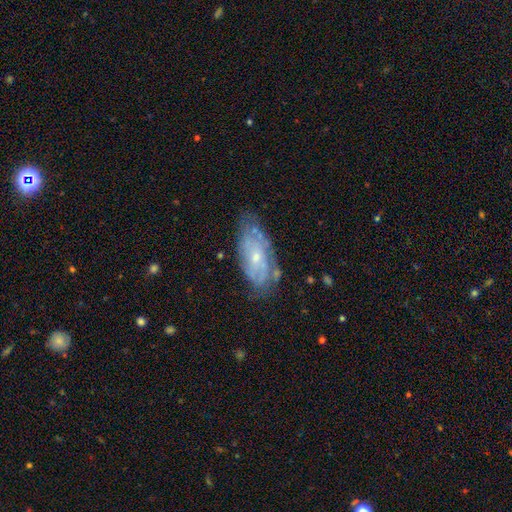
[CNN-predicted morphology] A featured or disk galaxy (65%) with no bar (74%), spiral arms (79%) and a small central bulge (64%). Merging: none (75%).